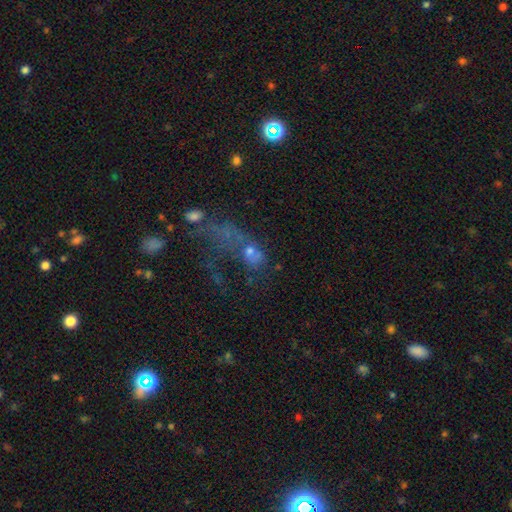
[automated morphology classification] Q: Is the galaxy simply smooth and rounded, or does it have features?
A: smooth — 44%.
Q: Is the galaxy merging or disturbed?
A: major disturbance — 38%.